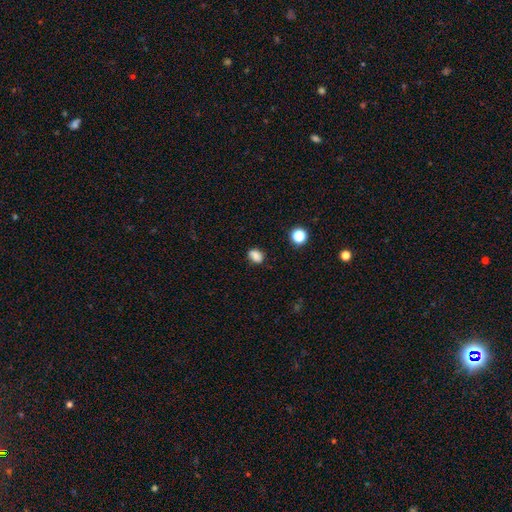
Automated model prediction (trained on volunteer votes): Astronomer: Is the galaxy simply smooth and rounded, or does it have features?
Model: smooth — 80%.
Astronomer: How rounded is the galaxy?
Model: in between — 63%.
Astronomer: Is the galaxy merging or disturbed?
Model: none — 74%.